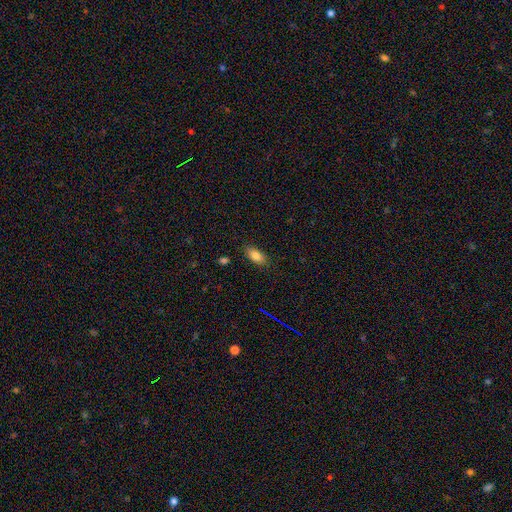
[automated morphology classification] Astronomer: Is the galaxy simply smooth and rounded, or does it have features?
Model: smooth — 82%.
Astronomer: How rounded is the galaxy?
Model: in between — 88%.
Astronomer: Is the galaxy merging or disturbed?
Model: none — 85%.